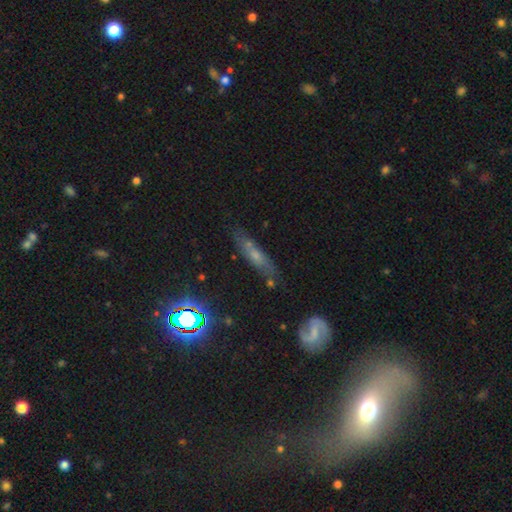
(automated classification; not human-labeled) Morphology: type=featured or disk (43%); merging=none (66%).